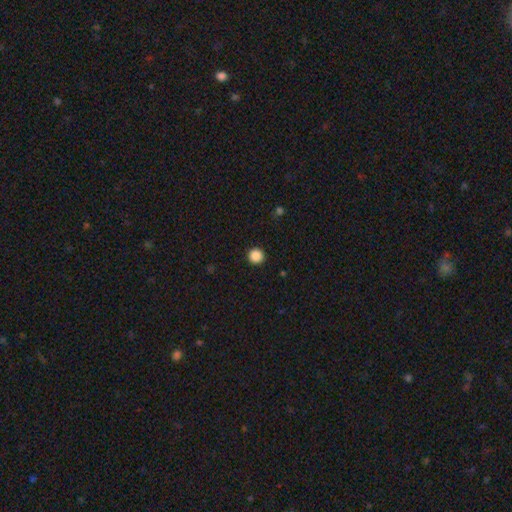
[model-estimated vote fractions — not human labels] Q: Smooth or featured?
A: smooth (88%); runner-up: star or artifact (10%)
Q: How rounded?
A: round (96%); runner-up: in between (3%)
Q: Merging?
A: none (93%); runner-up: minor disturbance (4%)